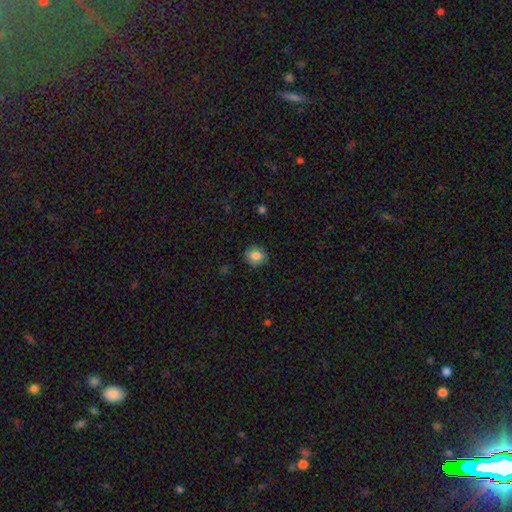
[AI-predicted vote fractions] Morphology: type=smooth (82%); roundness=round (83%); merging=none (86%).